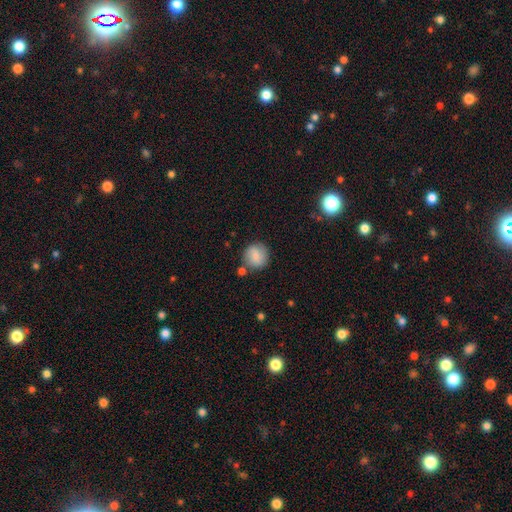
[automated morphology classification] smooth-or-featured: smooth: 76% | featured or disk: 16% | star or artifact: 8%
  how-rounded: round: 91% | in between: 8% | cigar-shaped: 1%
  merging: none: 77% | minor disturbance: 12% | merger: 7% | major disturbance: 3%